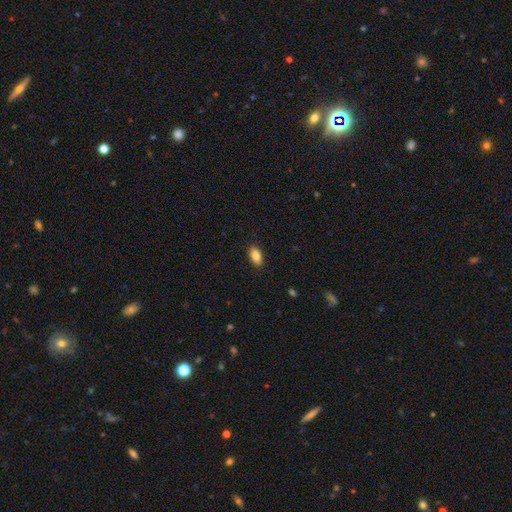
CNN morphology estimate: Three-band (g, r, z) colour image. It shows a smooth galaxy with no disk features (86%) that is in between round and cigar-shaped (90%). Merging: none (88%).